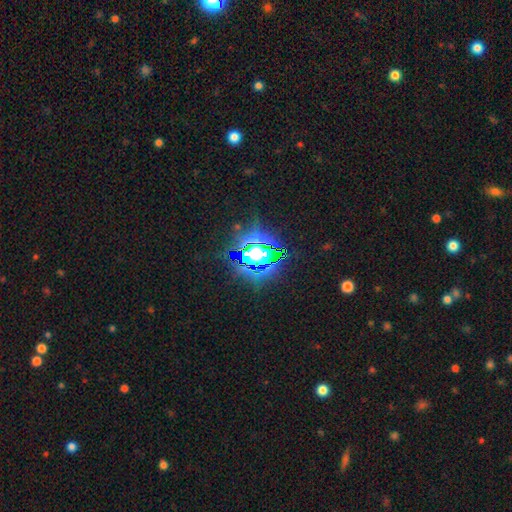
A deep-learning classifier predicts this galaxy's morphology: Smooth or featured? Predicted: star or artifact (p=0.70).